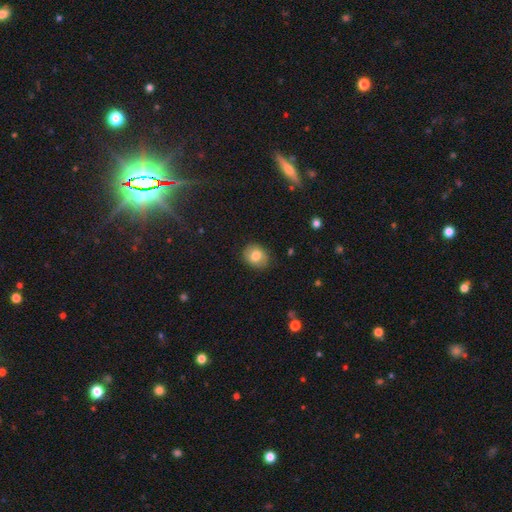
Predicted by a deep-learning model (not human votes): A smooth galaxy with no disk features (77%) that is round (55%).

Vote fractions:
- Smooth or featured? smooth: 77% / featured or disk: 14% / star or artifact: 9%
- How rounded? round: 55% / in between: 44% / cigar-shaped: 1%
- Merging? none: 82% / minor disturbance: 14% / major disturbance: 3% / merger: 1%